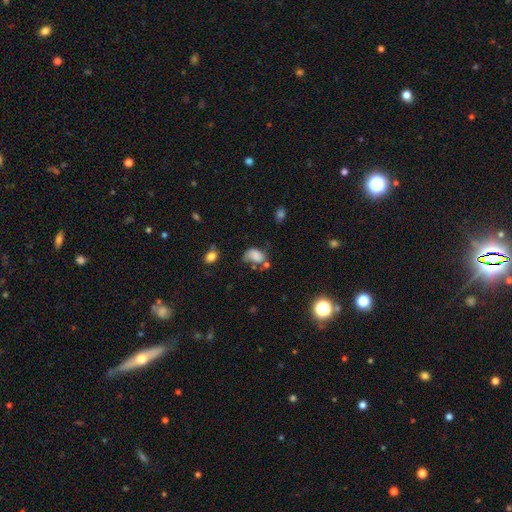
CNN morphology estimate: Smooth or featured?
  - smooth: 72% *
  - featured or disk: 16%
  - star or artifact: 12%
How rounded?
  - in between: 83% *
  - round: 16%
  - cigar-shaped: 1%
Merging?
  - none: 33% *
  - minor disturbance: 32%
  - major disturbance: 23%
  - merger: 13%